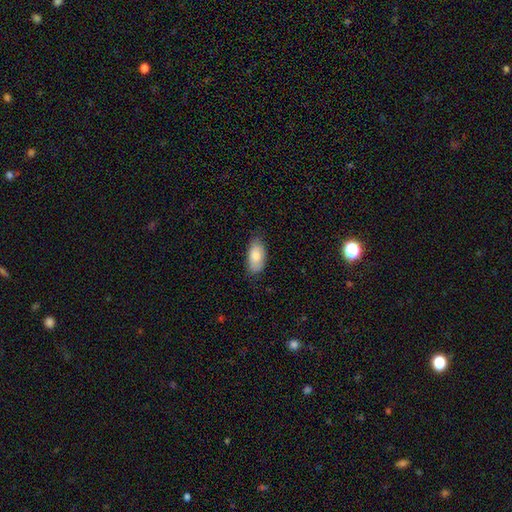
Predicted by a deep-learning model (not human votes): Overall: smooth (79%). How rounded: in between (93%). Merging: none (76%).